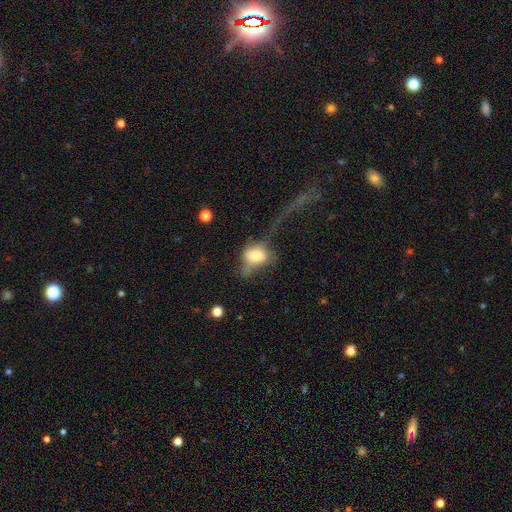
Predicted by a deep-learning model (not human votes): Smooth or featured? smooth (66%)
How rounded? in between (70%)
Merging? major disturbance (55%)